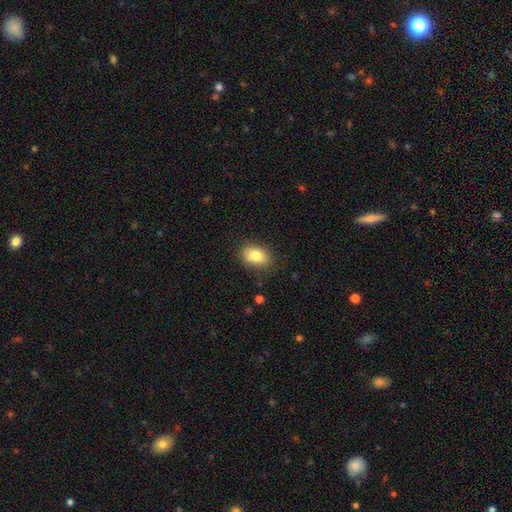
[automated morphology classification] smooth 82%, featured or disk 10%, star or artifact 9%. Down the decision tree: how rounded — in between (78%); merging — none (80%).